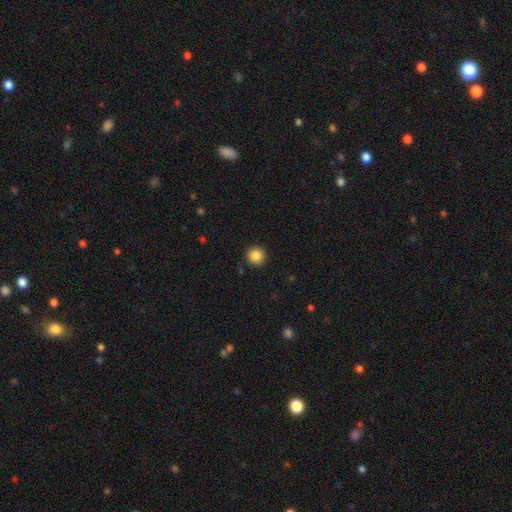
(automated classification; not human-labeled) Smooth or featured? smooth (87%)
How rounded? round (95%)
Merging? none (91%)